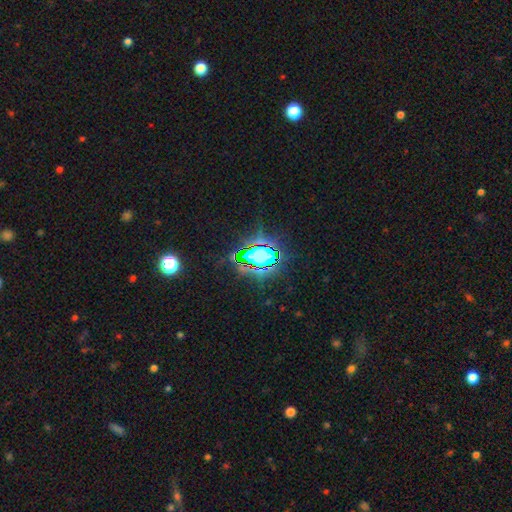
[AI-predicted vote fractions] smooth-or-featured: star or artifact: 68% | smooth: 19% | featured or disk: 12%